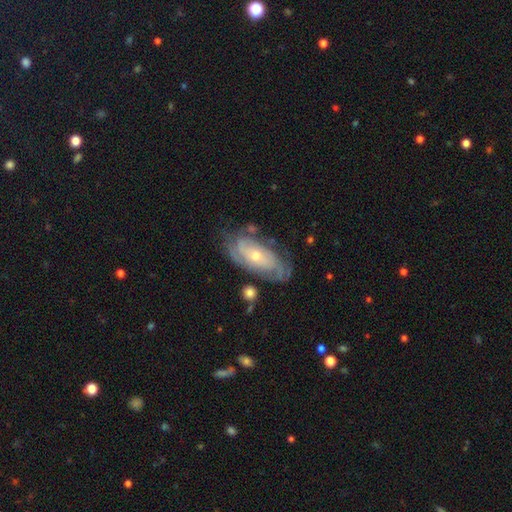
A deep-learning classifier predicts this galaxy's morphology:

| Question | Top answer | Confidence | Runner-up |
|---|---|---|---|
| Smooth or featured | featured or disk | 79% | smooth (15%) |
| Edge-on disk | no | 93% | yes (7%) |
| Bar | no | 75% | weak (19%) |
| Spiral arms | yes | 89% | no (11%) |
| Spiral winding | tight | 68% | medium (24%) |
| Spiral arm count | can't tell | 46% | 2 (28%) |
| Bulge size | small | 61% | moderate (36%) |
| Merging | none | 68% | minor disturbance (20%) |